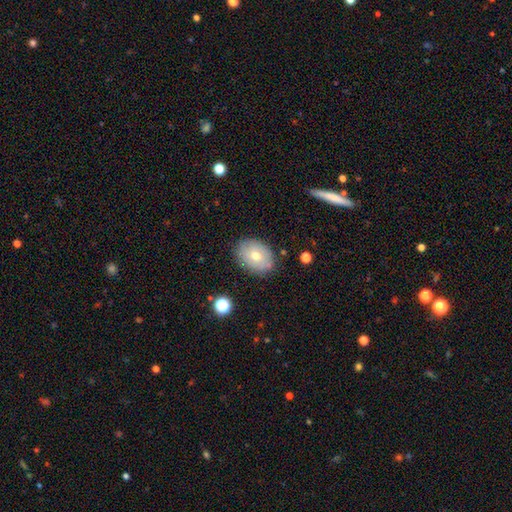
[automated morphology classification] A smooth galaxy with no disk features (64%) that is in between round and cigar-shaped (67%).

Vote fractions:
- Smooth or featured? smooth: 64% / featured or disk: 27% / star or artifact: 9%
- How rounded? in between: 67% / round: 32% / cigar-shaped: 1%
- Merging? none: 83% / minor disturbance: 12% / major disturbance: 3% / merger: 2%